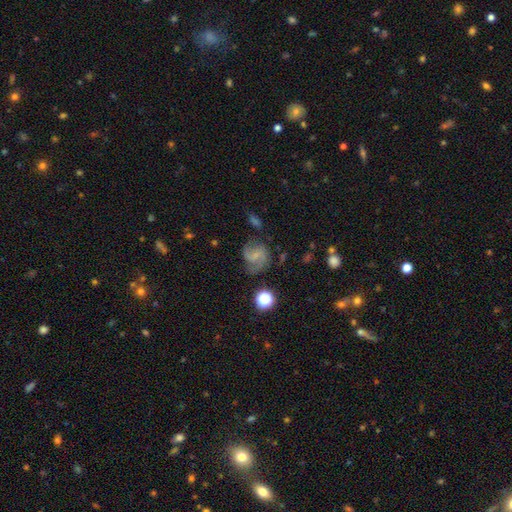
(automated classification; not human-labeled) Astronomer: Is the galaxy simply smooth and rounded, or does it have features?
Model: featured or disk — 67%.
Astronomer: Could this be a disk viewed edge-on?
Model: no — 98%.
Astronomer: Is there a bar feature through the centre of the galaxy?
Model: weak — 47% (runner-up: no, 37%).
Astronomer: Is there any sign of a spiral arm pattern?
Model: yes — 92%.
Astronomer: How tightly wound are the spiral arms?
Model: medium — 49% (runner-up: loose, 34%).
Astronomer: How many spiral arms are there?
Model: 2 — 81%.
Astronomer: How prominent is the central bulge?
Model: small — 47% (runner-up: none, 38%).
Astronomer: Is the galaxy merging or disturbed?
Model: none — 62%.